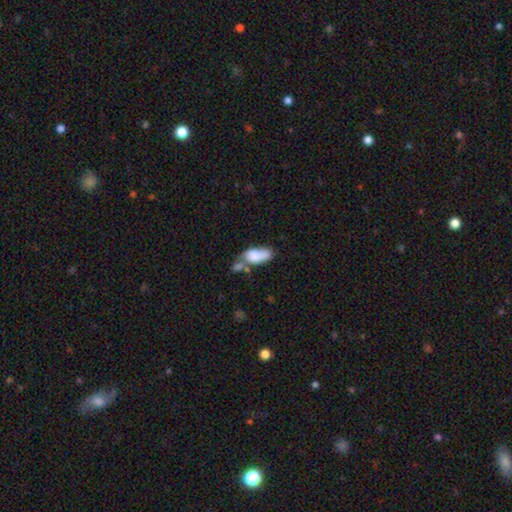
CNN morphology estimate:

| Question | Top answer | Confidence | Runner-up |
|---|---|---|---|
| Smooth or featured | smooth | 75% | featured or disk (17%) |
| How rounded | in between | 85% | cigar-shaped (11%) |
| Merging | merger | 40% | none (29%) |